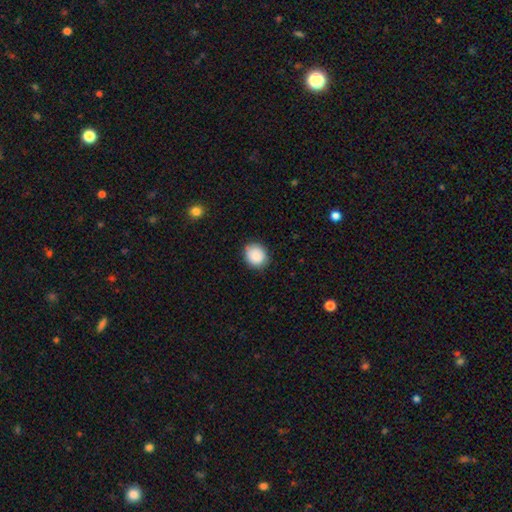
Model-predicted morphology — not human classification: The model was most divided on "how rounded": round: 74%, in between: 25%, cigar-shaped: 1%. More confident: smooth or featured — smooth (89%); merging — none (85%).